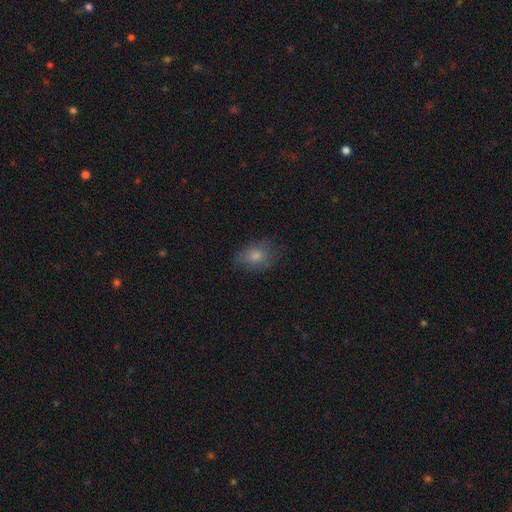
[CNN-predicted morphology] Smooth or featured?
  - smooth: 69% *
  - featured or disk: 18%
  - star or artifact: 14%
How rounded?
  - in between: 71% *
  - round: 27%
  - cigar-shaped: 2%
Merging?
  - none: 69% *
  - minor disturbance: 22%
  - major disturbance: 8%
  - merger: 1%